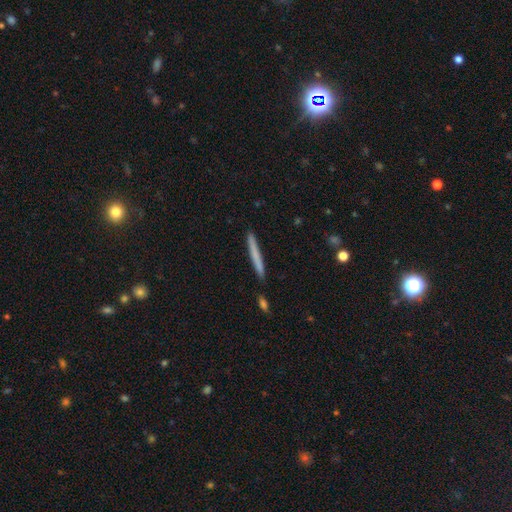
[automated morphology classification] Smooth or featured?
  - smooth: 67% *
  - featured or disk: 28%
  - star or artifact: 6%
How rounded?
  - cigar-shaped: 97% *
  - in between: 2%
  - round: 1%
Merging?
  - none: 90% *
  - minor disturbance: 7%
  - merger: 2%
  - major disturbance: 1%